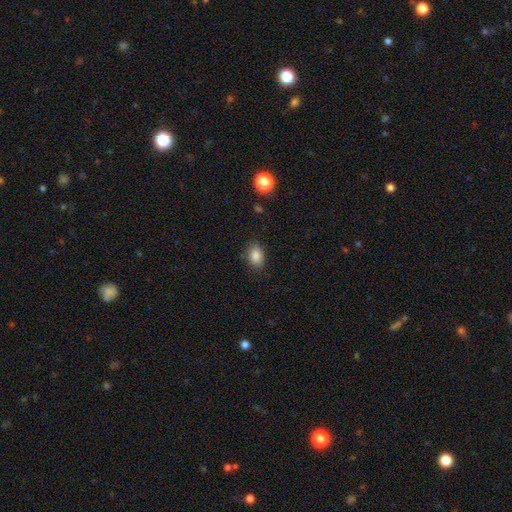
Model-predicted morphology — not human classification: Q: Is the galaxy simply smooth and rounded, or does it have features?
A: smooth — 85%.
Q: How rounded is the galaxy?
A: in between — 79%.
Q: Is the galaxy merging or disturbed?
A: none — 82%.